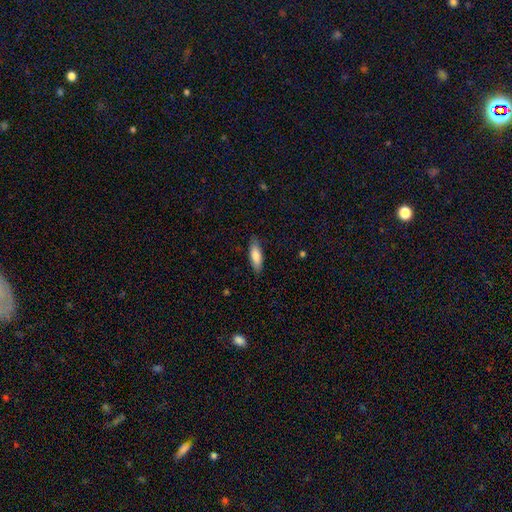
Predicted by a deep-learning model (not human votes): smooth-or-featured: smooth: 81% | featured or disk: 13% | star or artifact: 6%
  how-rounded: in between: 59% | cigar-shaped: 40% | round: 2%
  merging: none: 85% | minor disturbance: 12% | major disturbance: 2% | merger: 1%